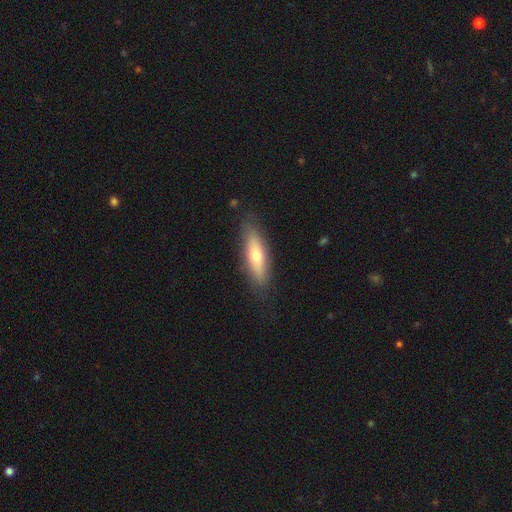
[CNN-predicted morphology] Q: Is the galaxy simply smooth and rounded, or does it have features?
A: smooth — 58%.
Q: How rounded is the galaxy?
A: cigar-shaped — 55%.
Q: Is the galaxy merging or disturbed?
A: none — 84%.